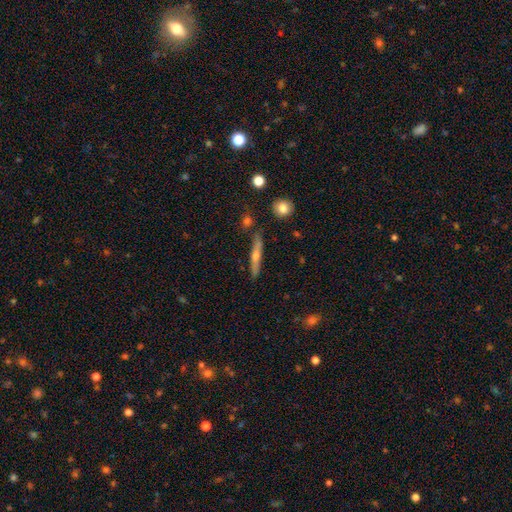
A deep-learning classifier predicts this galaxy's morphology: Smooth or featured?
  - featured or disk: 53% *
  - smooth: 39%
  - star or artifact: 8%
Edge-on disk?
  - yes: 94% *
  - no: 6%
Edge-on bulge?
  - rounded: 80% *
  - none: 15%
  - boxy: 5%
Merging?
  - none: 83% *
  - minor disturbance: 10%
  - merger: 4%
  - major disturbance: 2%